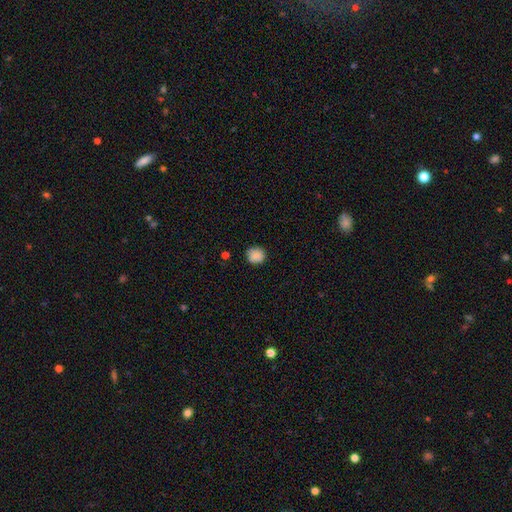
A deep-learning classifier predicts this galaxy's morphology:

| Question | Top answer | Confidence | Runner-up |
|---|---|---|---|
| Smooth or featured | smooth | 86% | star or artifact (9%) |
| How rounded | round | 86% | in between (13%) |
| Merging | none | 81% | minor disturbance (15%) |